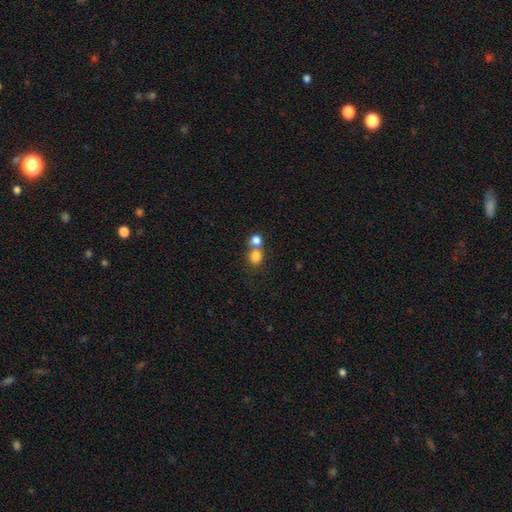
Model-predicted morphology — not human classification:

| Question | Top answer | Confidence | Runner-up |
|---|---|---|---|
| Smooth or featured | smooth | 80% | star or artifact (12%) |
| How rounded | round | 71% | in between (28%) |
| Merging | merger | 48% | none (41%) |